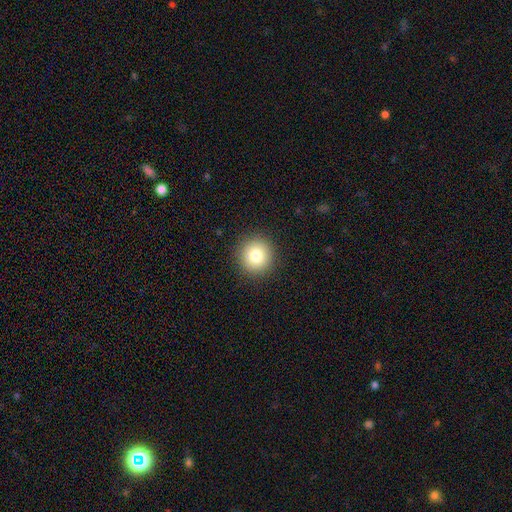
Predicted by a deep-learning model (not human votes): smooth 81%, star or artifact 11%, featured or disk 8%. Down the decision tree: how rounded — round (94%); merging — none (92%).